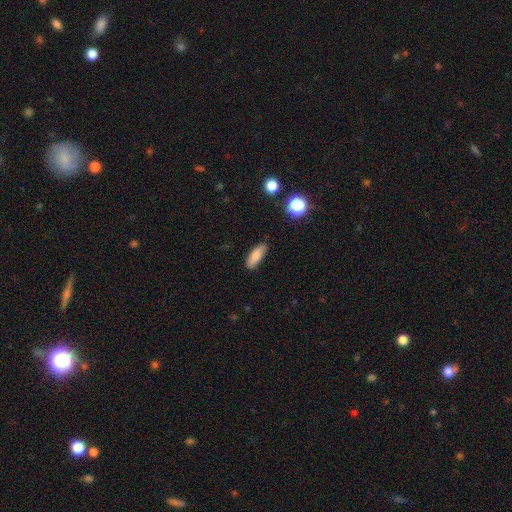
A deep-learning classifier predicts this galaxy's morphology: The model was most divided on "how rounded": in between: 57%, cigar-shaped: 40%, round: 3%. More confident: merging — none (85%); smooth or featured — smooth (81%).